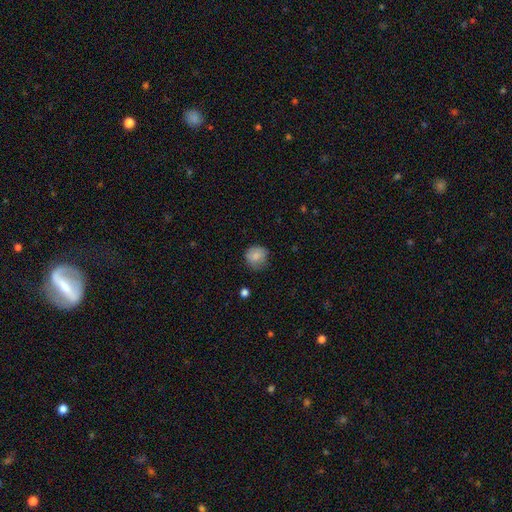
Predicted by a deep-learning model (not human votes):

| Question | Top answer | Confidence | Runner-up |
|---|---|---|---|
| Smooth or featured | smooth | 83% | featured or disk (9%) |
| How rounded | round | 84% | in between (15%) |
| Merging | none | 69% | minor disturbance (24%) |